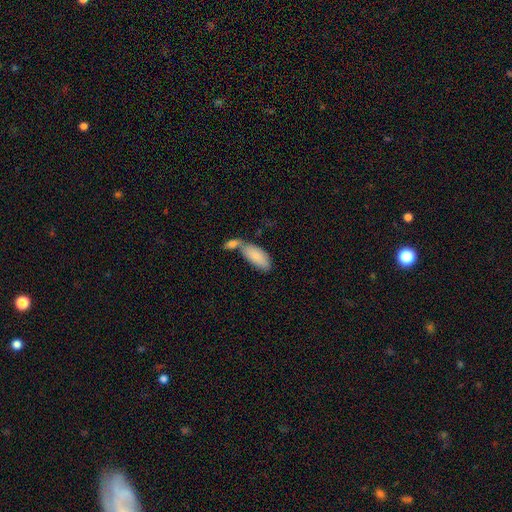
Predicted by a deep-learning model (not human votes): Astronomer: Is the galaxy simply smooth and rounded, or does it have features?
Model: smooth — 83%.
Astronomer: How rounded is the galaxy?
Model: in between — 86%.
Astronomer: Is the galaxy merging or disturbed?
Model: merger — 49% (runner-up: none, 33%).